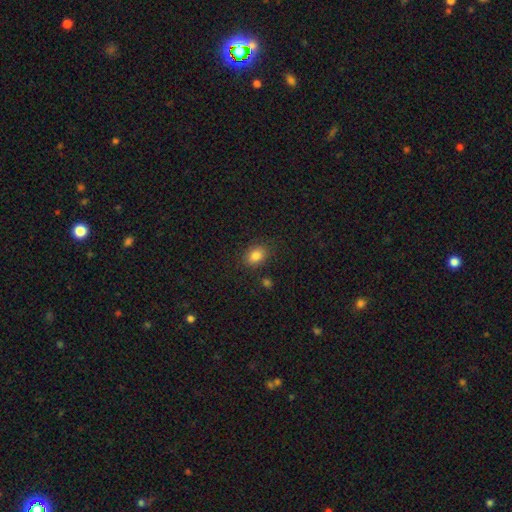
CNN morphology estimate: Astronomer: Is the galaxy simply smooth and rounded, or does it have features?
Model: smooth — 84%.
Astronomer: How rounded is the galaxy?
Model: in between — 73%.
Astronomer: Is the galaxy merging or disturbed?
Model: none — 83%.